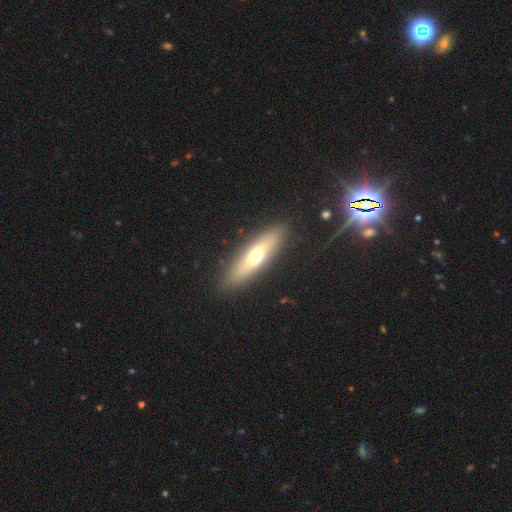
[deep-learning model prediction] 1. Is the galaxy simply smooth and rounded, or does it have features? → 56% smooth, 38% featured or disk, 6% star or artifact.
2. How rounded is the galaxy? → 62% cigar-shaped, 36% in between, 2% round.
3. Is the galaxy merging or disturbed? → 88% none, 8% minor disturbance, 2% major disturbance, 1% merger.